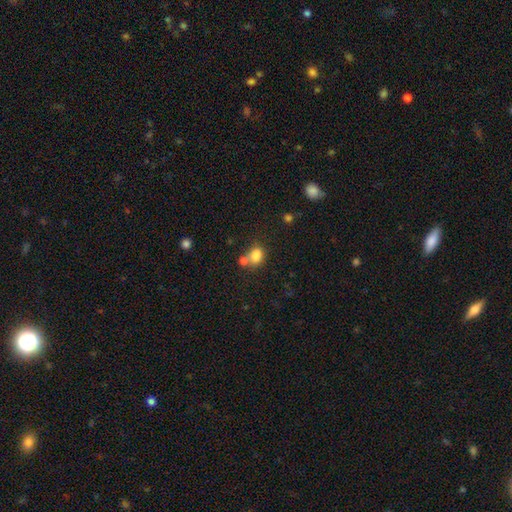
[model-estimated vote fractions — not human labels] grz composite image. It shows a smooth galaxy with no disk features (80%) that is in between round and cigar-shaped (60%). Merging: merger (41%, tied with none).